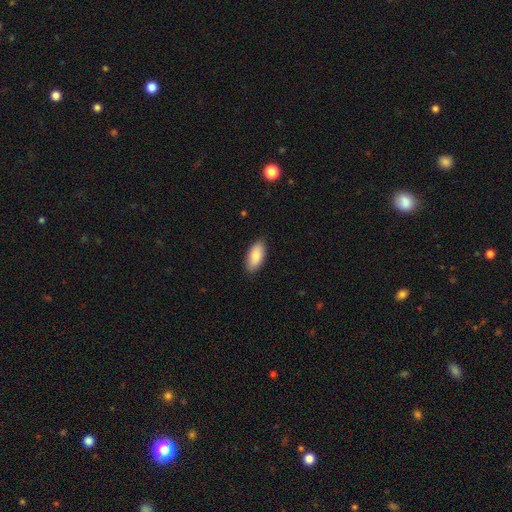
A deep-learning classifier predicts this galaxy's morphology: This appears to be a smooth galaxy with no disk features (87%) that is in between round and cigar-shaped (91%). Merging: none (87%).